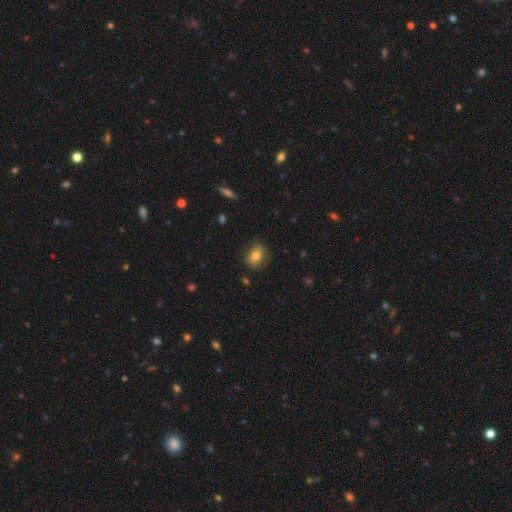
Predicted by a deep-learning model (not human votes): Smooth or featured?
  - smooth: 77% *
  - featured or disk: 14%
  - star or artifact: 9%
How rounded?
  - in between: 64% *
  - round: 34%
  - cigar-shaped: 2%
Merging?
  - none: 81% *
  - minor disturbance: 14%
  - major disturbance: 3%
  - merger: 1%